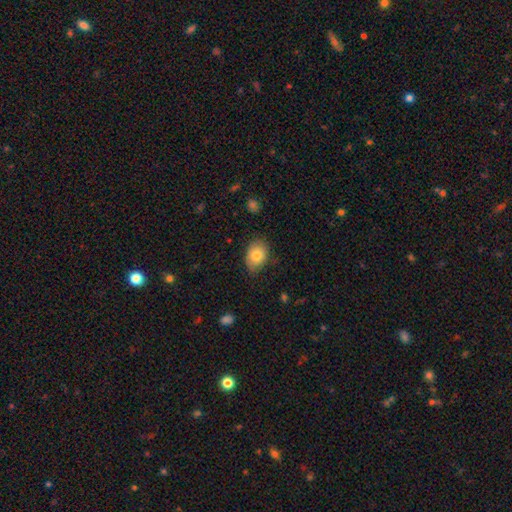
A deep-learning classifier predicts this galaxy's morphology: type=smooth (81%); roundness=in between (71%); merging=none (74%).